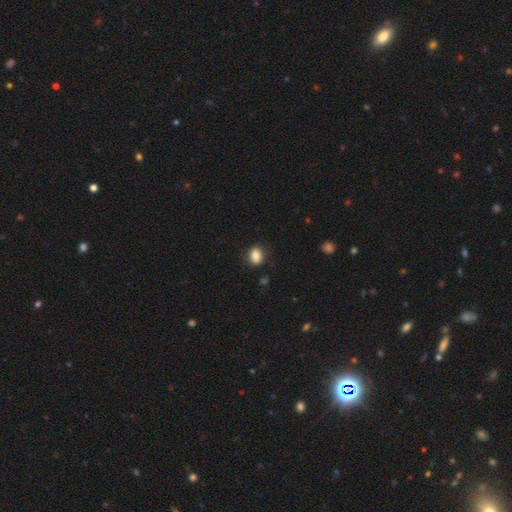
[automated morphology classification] smooth_or_featured: smooth (p=0.84) [alt: star or artifact p=0.09]
how_rounded: in between (p=0.68) [alt: round p=0.30]
merging: none (p=0.83) [alt: minor disturbance p=0.12]